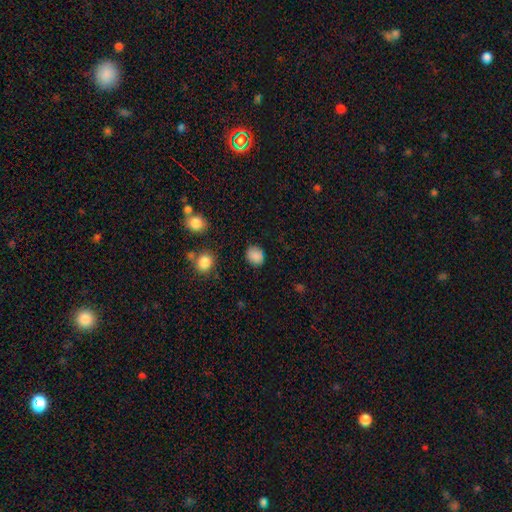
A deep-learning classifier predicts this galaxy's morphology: Smooth or featured? Predicted: smooth (p=0.87). How rounded? Predicted: round (p=0.58). Merging? Predicted: none (p=0.84).